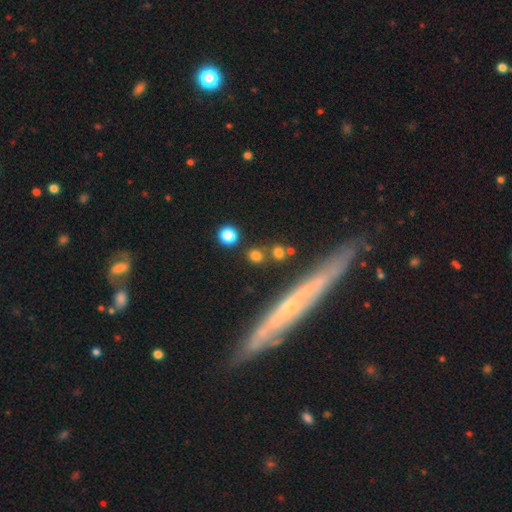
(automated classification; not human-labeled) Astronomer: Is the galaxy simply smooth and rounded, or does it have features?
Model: smooth — 76%.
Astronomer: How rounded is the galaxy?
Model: round — 79%.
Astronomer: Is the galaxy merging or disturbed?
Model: none — 79%.